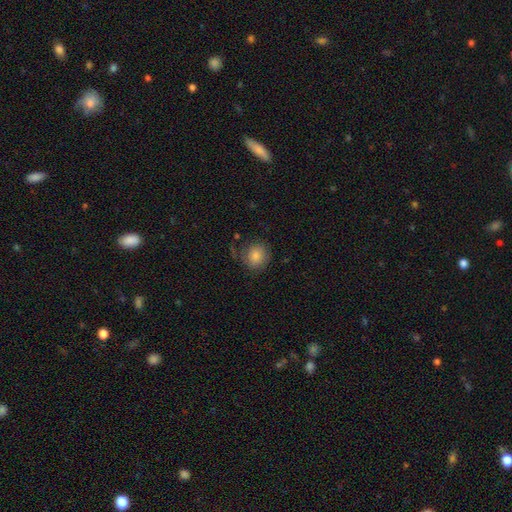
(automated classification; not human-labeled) The model was most divided on "merging": none: 67%, minor disturbance: 20%, major disturbance: 11%, merger: 3%. More confident: smooth or featured — smooth (79%); how rounded — round (79%).